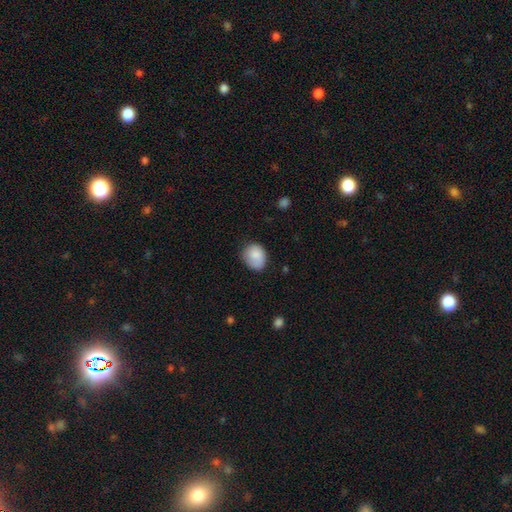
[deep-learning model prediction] smooth 85%, featured or disk 8%, star or artifact 7%. Down the decision tree: how rounded — round (54%); merging — none (67%).